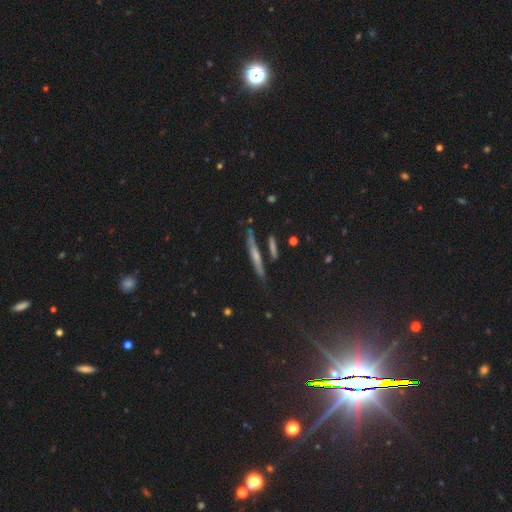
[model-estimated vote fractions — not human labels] Overall: featured or disk (50%; smooth 37%). Edge-on disk: yes (91%). Merging: none (79%).